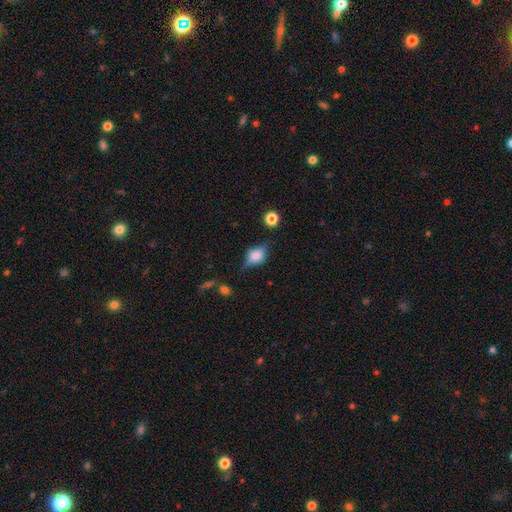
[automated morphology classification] Overall: smooth (53%; featured or disk 37%). How rounded: in between (57%; round 38%). Merging: none (58%; minor disturbance 28%).